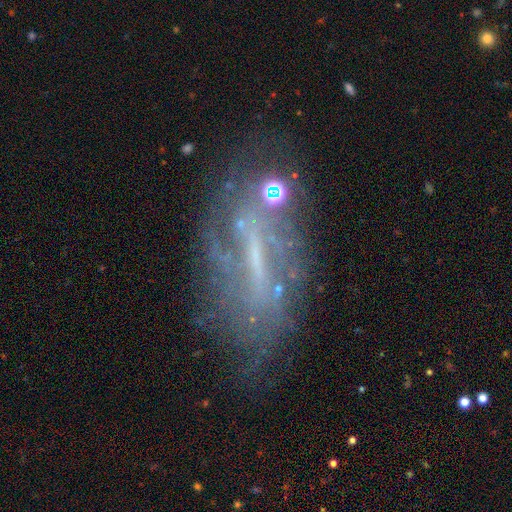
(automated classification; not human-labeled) Overall: featured or disk (67%). Edge-on disk: no (80%). Bar: strong (44%; weak 33%). Spiral arms: yes (53%; no 47%). Bulge size: none (50%; small 31%). Merging: none (54%; minor disturbance 22%).